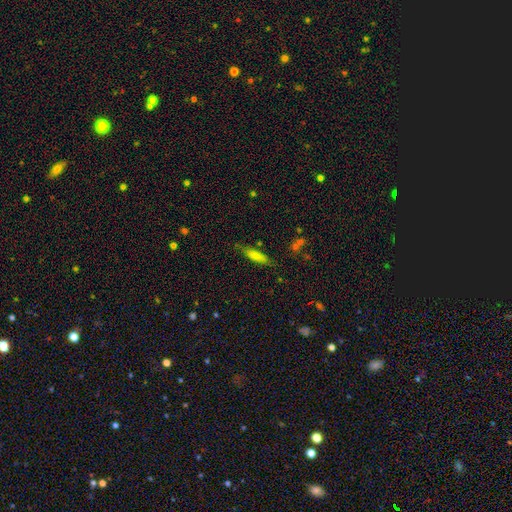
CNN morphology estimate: smooth_or_featured: smooth (p=0.74) [alt: featured or disk p=0.17]
how_rounded: cigar-shaped (p=0.68) [alt: in between p=0.30]
merging: none (p=0.76) [alt: minor disturbance p=0.17]